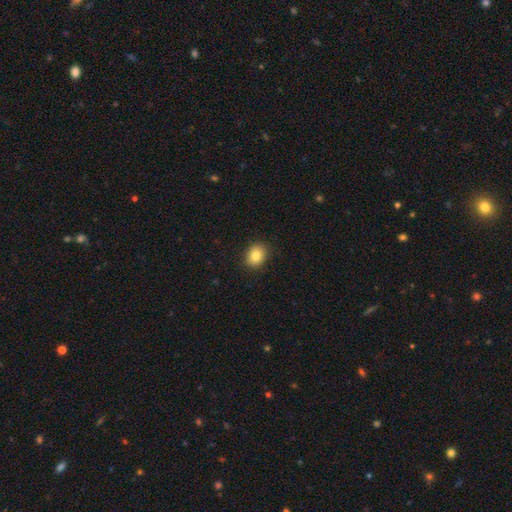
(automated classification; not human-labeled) Smooth or featured? Predicted: smooth (p=0.83). How rounded? Predicted: in between (p=0.55). Merging? Predicted: none (p=0.88).